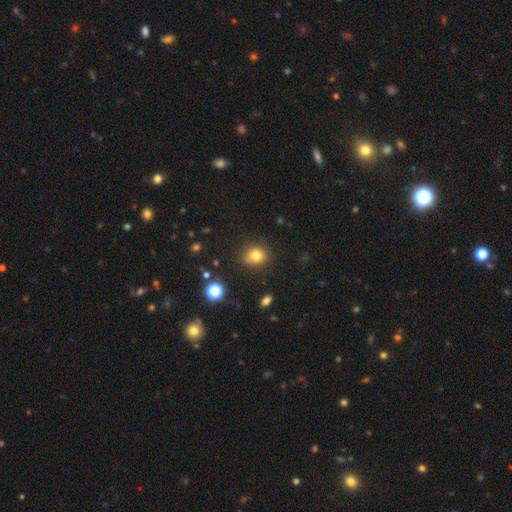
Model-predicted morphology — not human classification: smooth 79%, star or artifact 14%, featured or disk 7%. Down the decision tree: how rounded — round (66%); merging — none (77%).